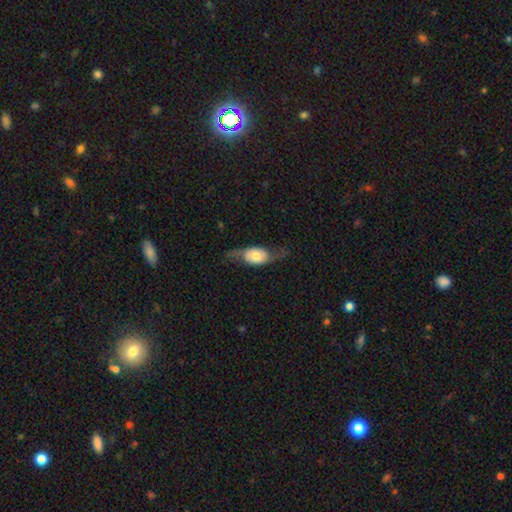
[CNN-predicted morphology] type=featured or disk (61%); edge-on=no (72%); merging=none (55%).